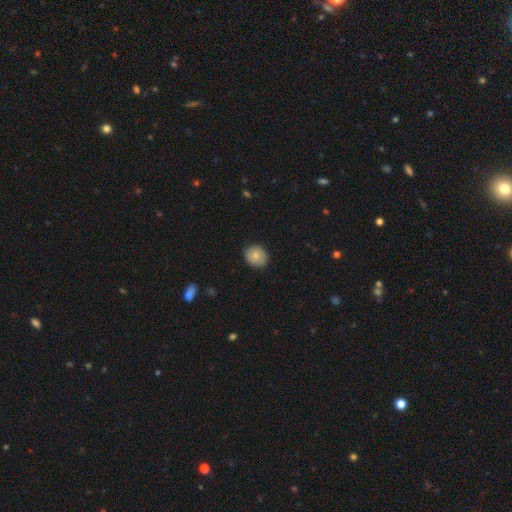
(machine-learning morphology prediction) A smooth galaxy with no disk features (84%) that is round (76%).

Vote fractions:
- Smooth or featured? smooth: 84% / featured or disk: 8% / star or artifact: 8%
- How rounded? round: 76% / in between: 23% / cigar-shaped: 1%
- Merging? none: 87% / minor disturbance: 10% / major disturbance: 2% / merger: 1%